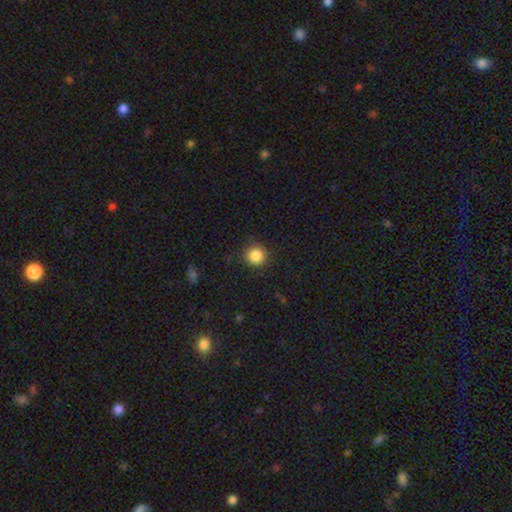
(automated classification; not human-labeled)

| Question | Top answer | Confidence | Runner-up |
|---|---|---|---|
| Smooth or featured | smooth | 85% | star or artifact (11%) |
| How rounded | round | 93% | in between (6%) |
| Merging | none | 87% | minor disturbance (9%) |